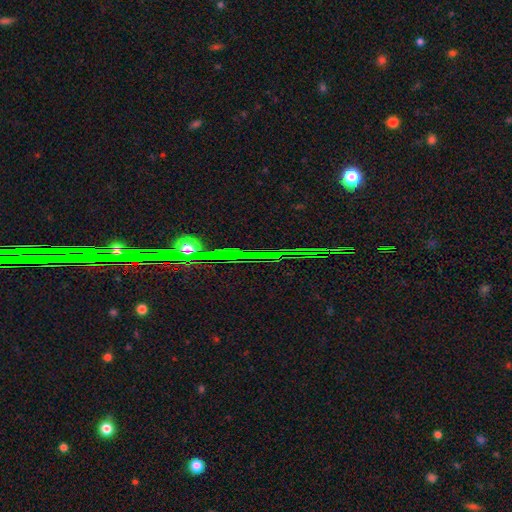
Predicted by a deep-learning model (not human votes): This appears to be a star or artifact, not a galaxy (79%).